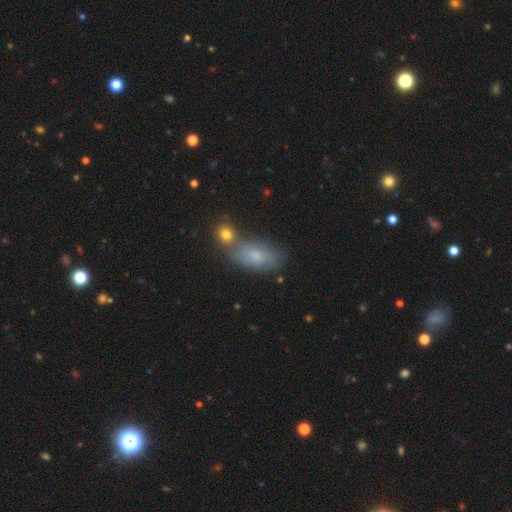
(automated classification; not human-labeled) Morphology: type=smooth (65%); roundness=in between (90%); merging=none (53%).